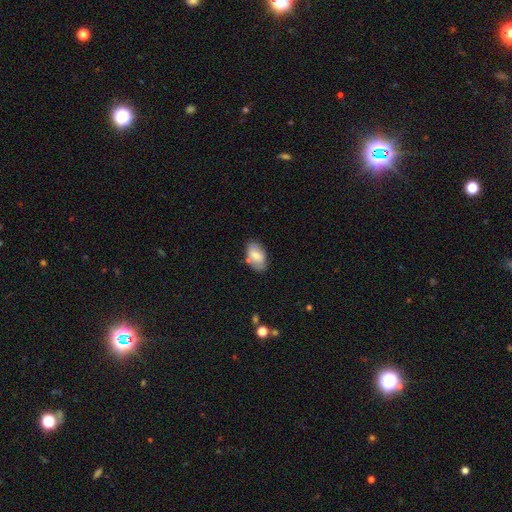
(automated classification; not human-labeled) Smooth or featured: smooth — 72% (featured or disk — 20%)
How rounded: in between — 92% (round — 7%)
Merging: none — 70% (minor disturbance — 21%)